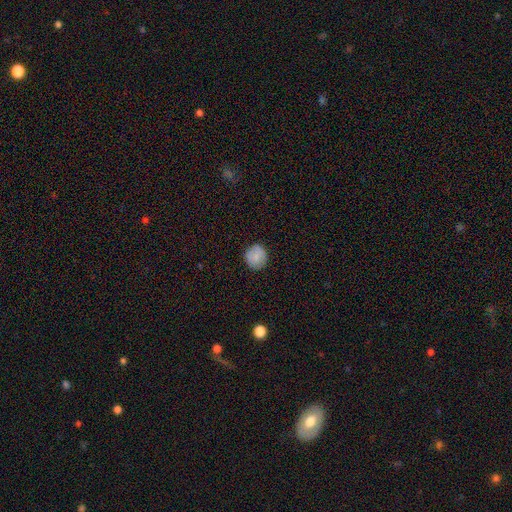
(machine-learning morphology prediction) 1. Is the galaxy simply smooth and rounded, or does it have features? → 80% smooth, 12% featured or disk, 8% star or artifact.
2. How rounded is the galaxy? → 90% round, 9% in between, 1% cigar-shaped.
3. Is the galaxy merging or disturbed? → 87% none, 10% minor disturbance, 2% major disturbance, 1% merger.